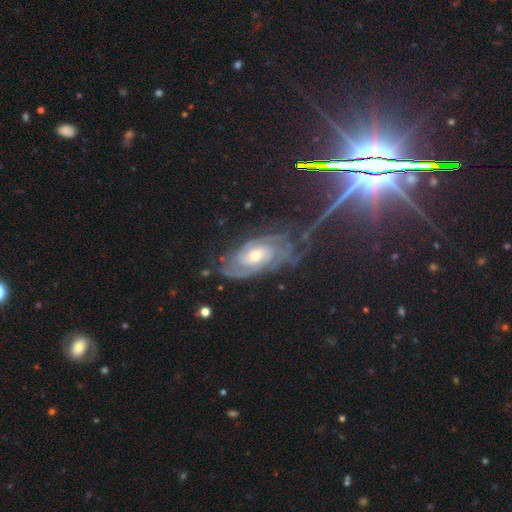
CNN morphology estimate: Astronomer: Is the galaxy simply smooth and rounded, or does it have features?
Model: featured or disk — 82%.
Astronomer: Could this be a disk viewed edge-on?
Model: no — 94%.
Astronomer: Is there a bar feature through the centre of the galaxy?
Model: no — 66%.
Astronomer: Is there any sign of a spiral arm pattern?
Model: yes — 96%.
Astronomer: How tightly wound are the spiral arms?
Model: tight — 67%.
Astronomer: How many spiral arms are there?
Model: can't tell — 36% (runner-up: 2, 22%).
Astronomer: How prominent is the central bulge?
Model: moderate — 62%.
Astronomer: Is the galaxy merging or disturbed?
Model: none — 67%.